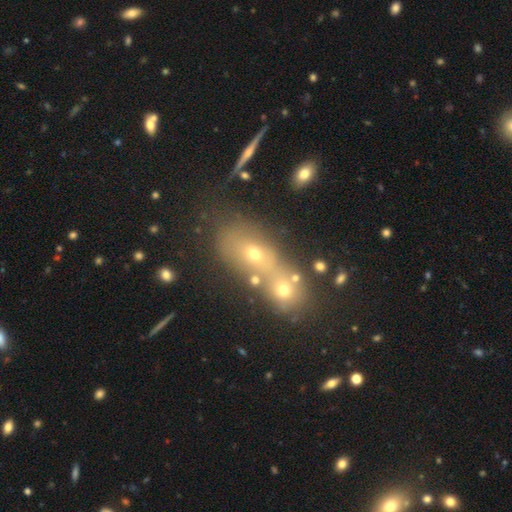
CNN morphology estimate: This appears to be a smooth galaxy with no disk features (53%) that is in between round and cigar-shaped (61%). Merging: merger (52%).